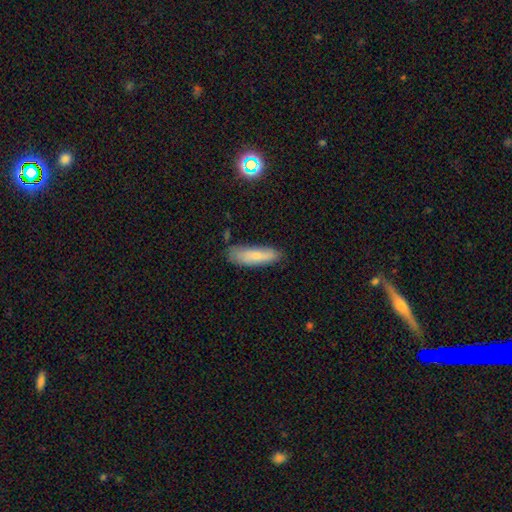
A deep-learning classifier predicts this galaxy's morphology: Q: Smooth or featured?
A: smooth (73%); runner-up: featured or disk (20%)
Q: How rounded?
A: cigar-shaped (57%); runner-up: in between (41%)
Q: Merging?
A: none (69%); runner-up: minor disturbance (23%)